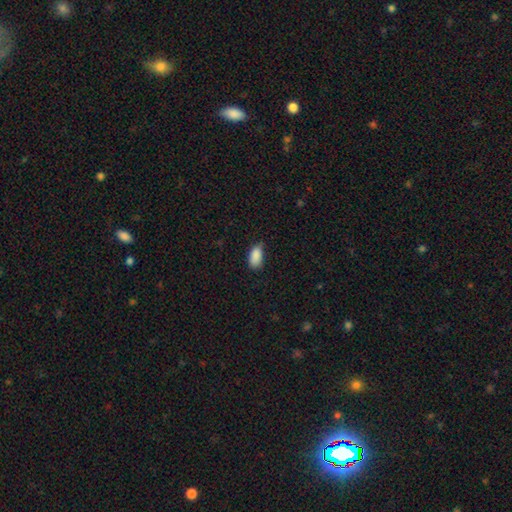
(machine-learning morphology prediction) A smooth galaxy with no disk features (88%) that is in between round and cigar-shaped (93%).

Vote fractions:
- Smooth or featured? smooth: 88% / star or artifact: 8% / featured or disk: 4%
- How rounded? in between: 93% / round: 4% / cigar-shaped: 3%
- Merging? none: 66% / minor disturbance: 29% / major disturbance: 5% / merger: 1%